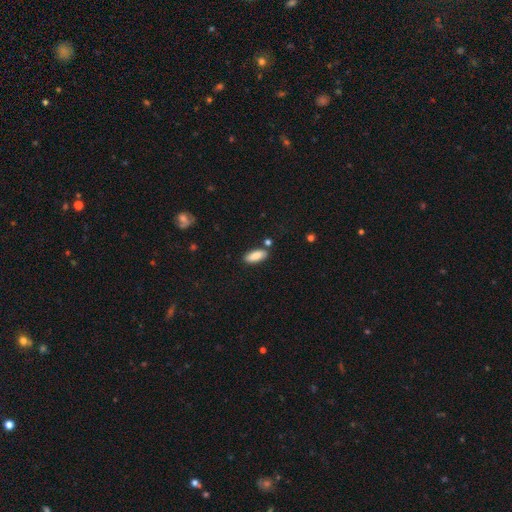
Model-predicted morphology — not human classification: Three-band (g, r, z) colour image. It shows a smooth galaxy with no disk features (86%) that is in between round and cigar-shaped (79%). Merging: none (81%).